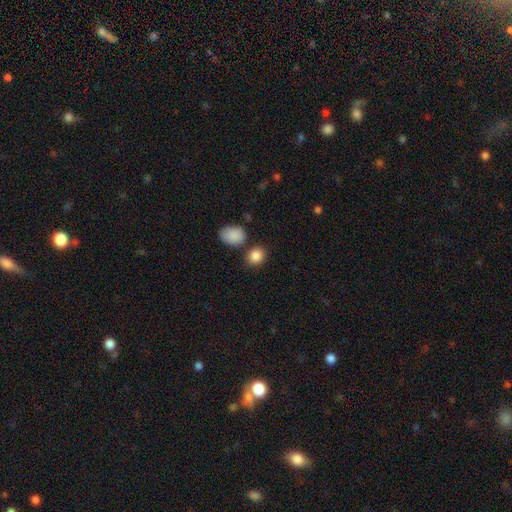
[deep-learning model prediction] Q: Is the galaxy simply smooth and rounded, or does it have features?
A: smooth — 87%.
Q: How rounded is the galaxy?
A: round — 61%.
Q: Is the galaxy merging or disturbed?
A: none — 73%.